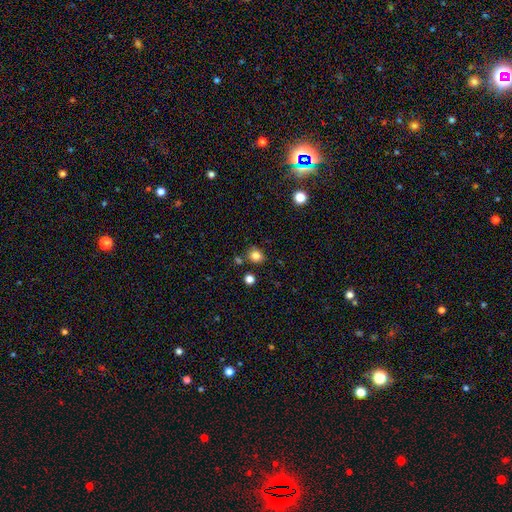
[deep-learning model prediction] smooth-or-featured: smooth: 82% | star or artifact: 12% | featured or disk: 5%
  how-rounded: round: 77% | in between: 22% | cigar-shaped: 1%
  merging: none: 79% | minor disturbance: 11% | merger: 7% | major disturbance: 3%